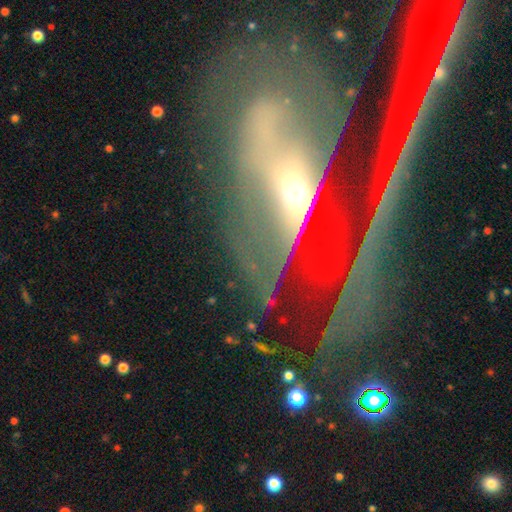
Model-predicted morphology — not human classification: Smooth or featured?
  - featured or disk: 72% *
  - star or artifact: 15%
  - smooth: 13%
Edge-on disk?
  - no: 78% *
  - yes: 22%
Bar?
  - no: 50% *
  - weak: 26%
  - strong: 24%
Spiral arms?
  - yes: 60% *
  - no: 40%
Bulge size?
  - moderate: 54% *
  - small: 33%
  - large: 8%
  - dominant: 3%
  - none: 2%
Merging?
  - none: 43% *
  - major disturbance: 31%
  - minor disturbance: 18%
  - merger: 8%